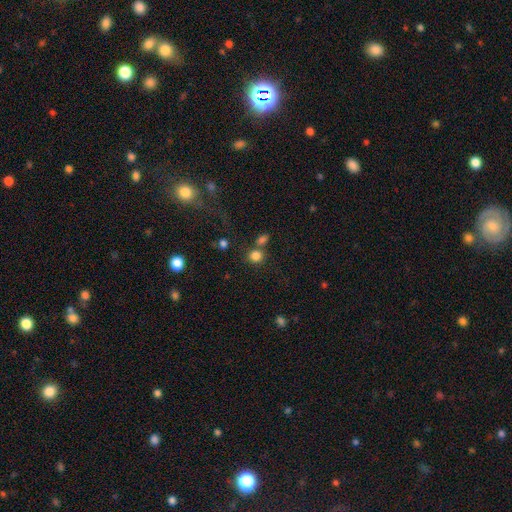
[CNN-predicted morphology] Smooth or featured? Predicted: smooth (p=0.81). How rounded? Predicted: round (p=0.83). Merging? Predicted: none (p=0.62).